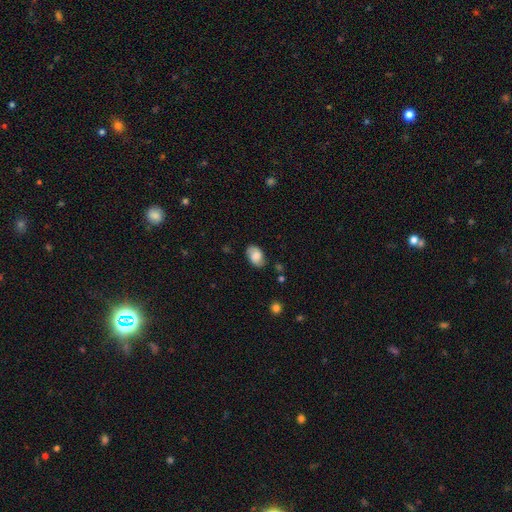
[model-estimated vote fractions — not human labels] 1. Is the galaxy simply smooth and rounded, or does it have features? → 69% smooth, 23% featured or disk, 8% star or artifact.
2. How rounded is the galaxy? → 88% in between, 10% round, 1% cigar-shaped.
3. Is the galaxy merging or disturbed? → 77% none, 17% minor disturbance, 4% major disturbance, 2% merger.